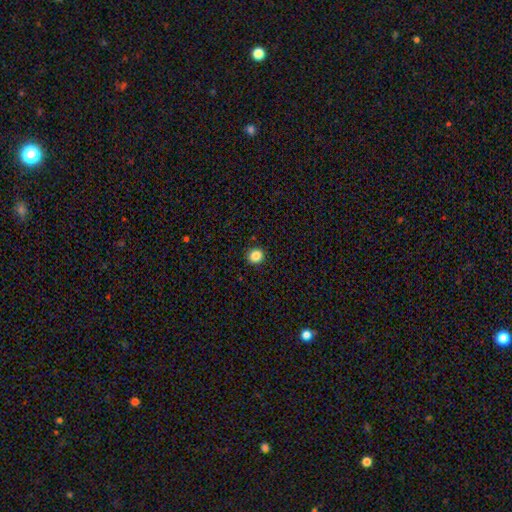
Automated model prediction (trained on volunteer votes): smooth_or_featured: smooth (p=0.86) [alt: star or artifact p=0.10]
how_rounded: round (p=0.86) [alt: in between p=0.13]
merging: none (p=0.92) [alt: minor disturbance p=0.05]